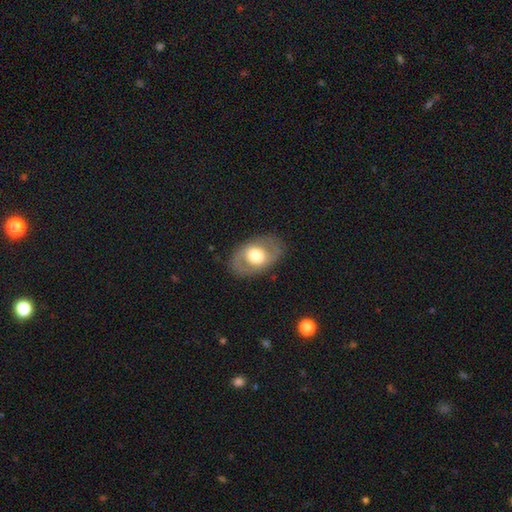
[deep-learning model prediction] smooth_or_featured: featured or disk (p=0.49) [alt: smooth p=0.45]
merging: none (p=0.81) [alt: minor disturbance p=0.12]